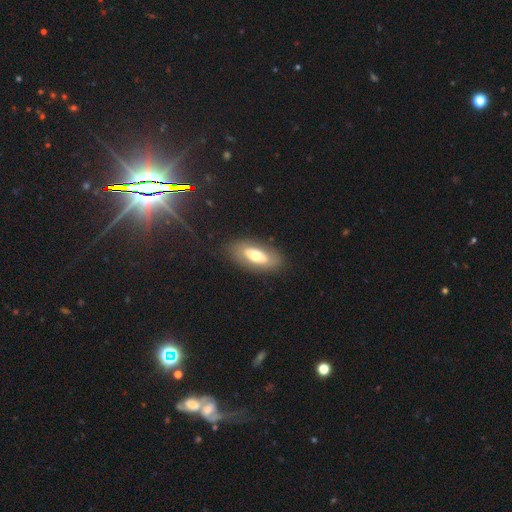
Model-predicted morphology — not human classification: smooth-or-featured: smooth: 52% | featured or disk: 42% | star or artifact: 6%
  how-rounded: in between: 85% | cigar-shaped: 11% | round: 4%
  merging: none: 81% | minor disturbance: 13% | major disturbance: 5% | merger: 1%